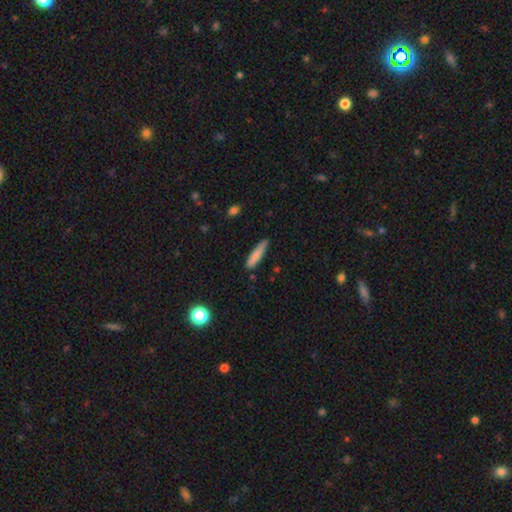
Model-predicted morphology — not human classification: type=smooth (81%); roundness=cigar-shaped (86%); merging=none (78%).